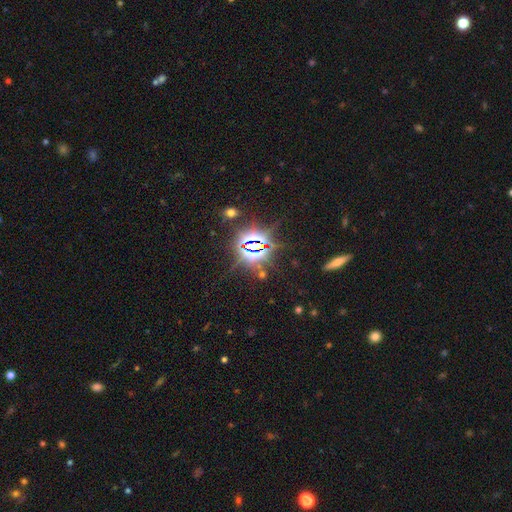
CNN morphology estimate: Q: Smooth or featured?
A: star or artifact (84%); runner-up: smooth (8%)